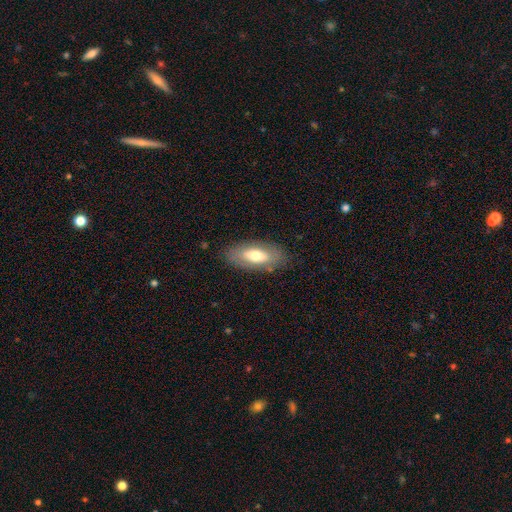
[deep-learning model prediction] A smooth galaxy with no disk features (64%) that is in between round and cigar-shaped (86%). Merging: none (83%).